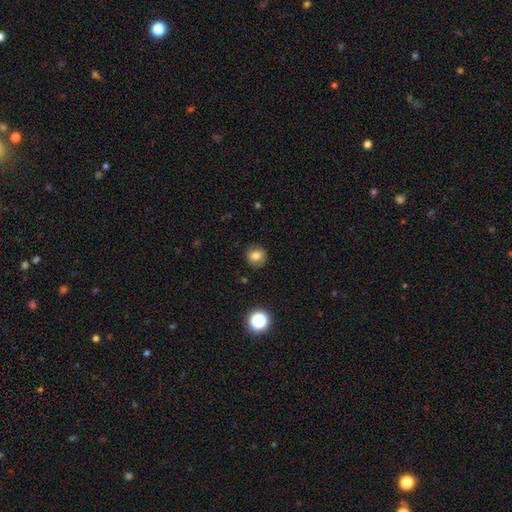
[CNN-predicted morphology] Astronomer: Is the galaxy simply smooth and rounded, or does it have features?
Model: smooth — 79%.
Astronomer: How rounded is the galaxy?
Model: round — 90%.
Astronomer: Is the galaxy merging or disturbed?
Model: none — 87%.